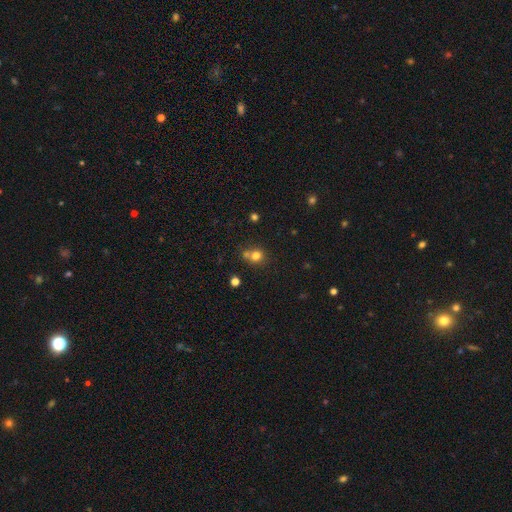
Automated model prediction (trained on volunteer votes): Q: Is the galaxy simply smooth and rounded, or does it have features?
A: smooth — 76%.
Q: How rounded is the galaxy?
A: round — 84%.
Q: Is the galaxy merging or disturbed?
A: none — 53%.